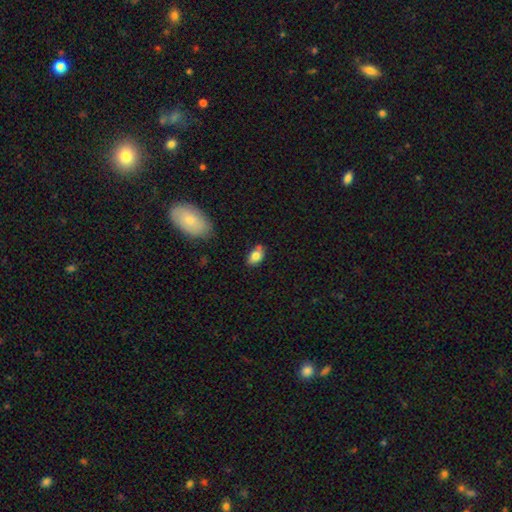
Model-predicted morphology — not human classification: smooth 80%, featured or disk 12%, star or artifact 8%. Down the decision tree: how rounded — in between (87%); merging — none (65%).